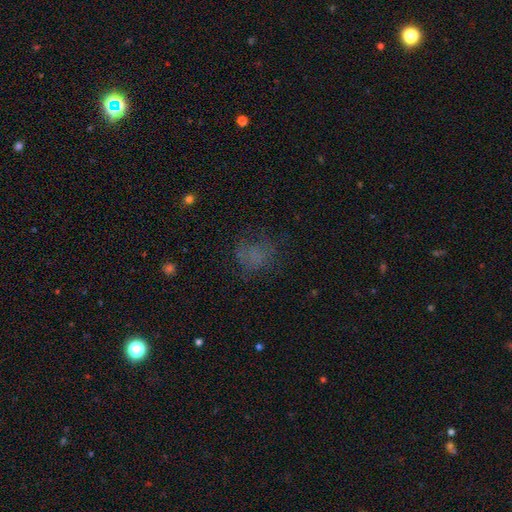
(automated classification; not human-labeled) smooth_or_featured: smooth (p=0.55) [alt: star or artifact p=0.25]
how_rounded: round (p=0.62) [alt: in between p=0.37]
merging: none (p=0.58) [alt: major disturbance p=0.21]